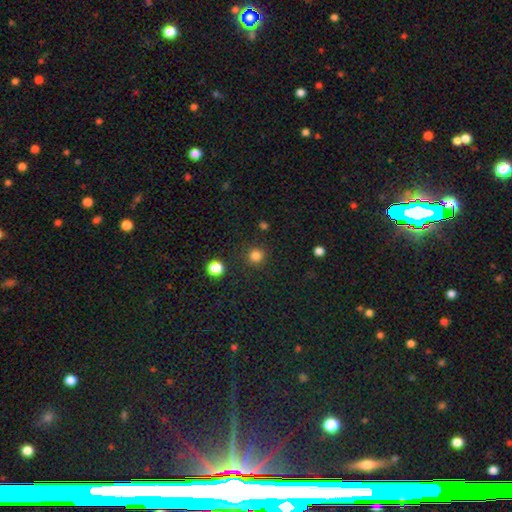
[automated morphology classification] A smooth galaxy with no disk features (82%) that is round (95%).

Vote fractions:
- Smooth or featured? smooth: 82% / star or artifact: 14% / featured or disk: 4%
- How rounded? round: 95% / in between: 4% / cigar-shaped: 1%
- Merging? none: 90% / minor disturbance: 5% / major disturbance: 2% / merger: 2%